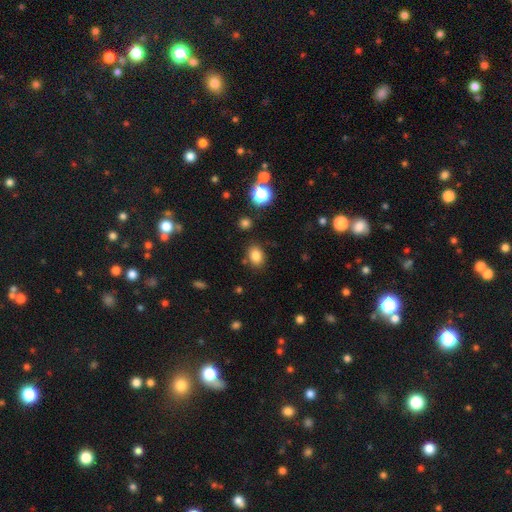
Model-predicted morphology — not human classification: Smooth or featured?
  - smooth: 82% *
  - star or artifact: 12%
  - featured or disk: 6%
How rounded?
  - in between: 66% *
  - round: 33%
  - cigar-shaped: 1%
Merging?
  - none: 81% *
  - minor disturbance: 11%
  - merger: 4%
  - major disturbance: 4%